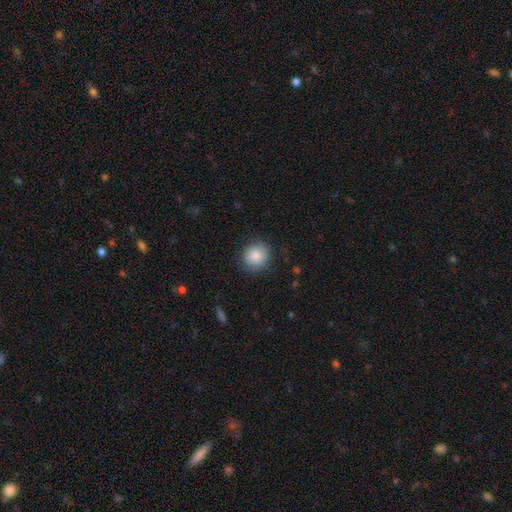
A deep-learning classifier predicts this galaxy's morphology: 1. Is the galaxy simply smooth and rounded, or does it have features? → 85% smooth, 8% star or artifact, 7% featured or disk.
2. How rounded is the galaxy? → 87% round, 12% in between, 1% cigar-shaped.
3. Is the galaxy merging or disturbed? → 84% none, 12% minor disturbance, 3% major disturbance, 1% merger.